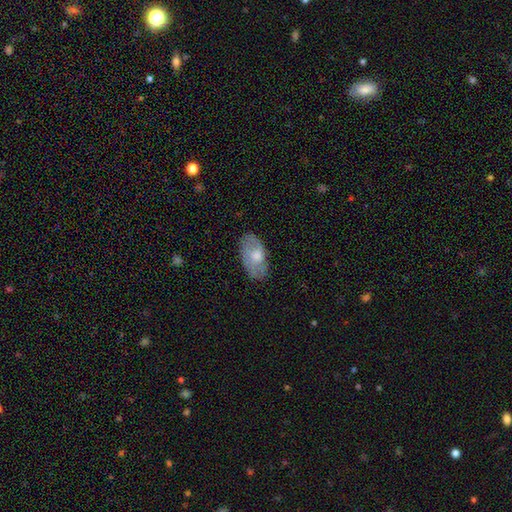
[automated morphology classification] smooth_or_featured: smooth (p=0.55) [alt: featured or disk p=0.38]
how_rounded: in between (p=0.93) [alt: round p=0.05]
merging: none (p=0.74) [alt: minor disturbance p=0.20]